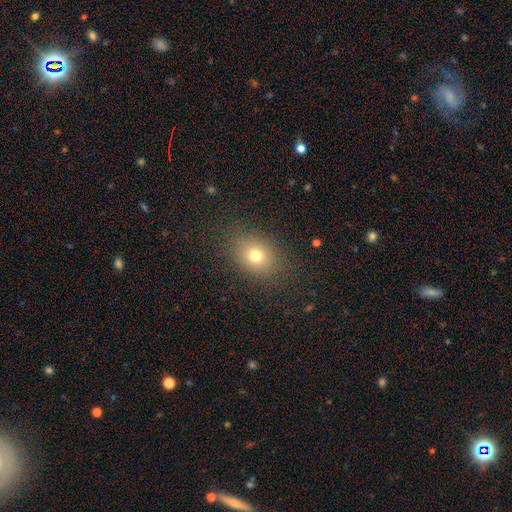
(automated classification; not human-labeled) A smooth galaxy with no disk features (73%) that is in between round and cigar-shaped (55%). Merging: none (84%).